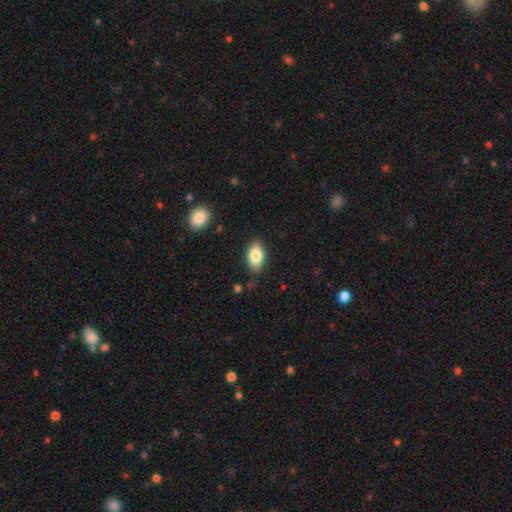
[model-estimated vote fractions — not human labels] Smooth or featured: smooth — 82% (featured or disk — 11%)
How rounded: in between — 92% (round — 6%)
Merging: none — 84% (minor disturbance — 12%)